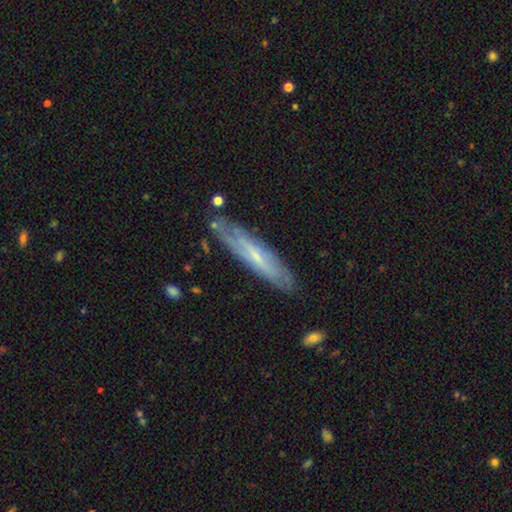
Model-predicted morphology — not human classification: Smooth or featured: featured or disk — 58% (smooth — 36%)
Edge-on disk: yes — 57% (no — 43%)
Merging: none — 80% (minor disturbance — 15%)